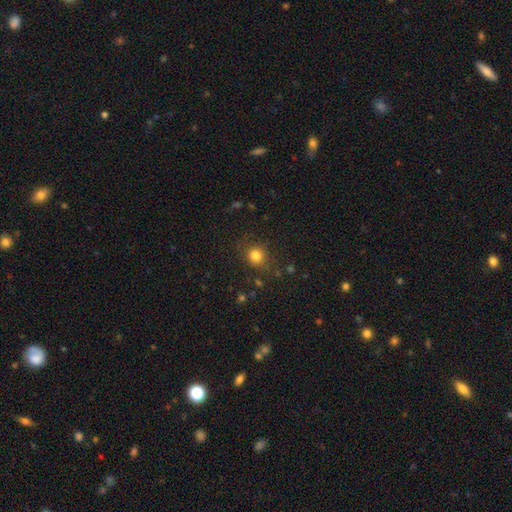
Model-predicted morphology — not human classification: A smooth galaxy with no disk features (81%) that is round (84%).

Vote fractions:
- Smooth or featured? smooth: 81% / star or artifact: 14% / featured or disk: 6%
- How rounded? round: 84% / in between: 15% / cigar-shaped: 1%
- Merging? none: 81% / minor disturbance: 12% / major disturbance: 5% / merger: 2%